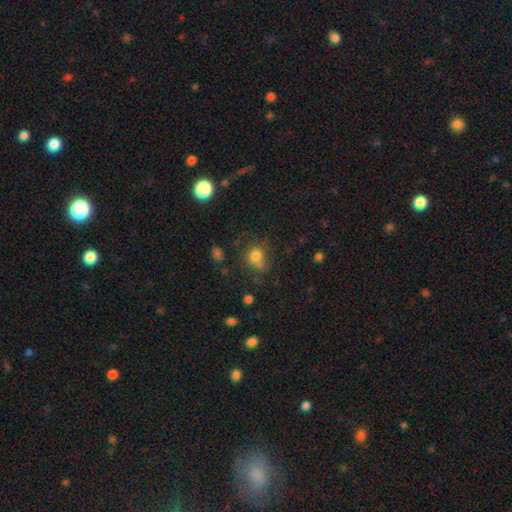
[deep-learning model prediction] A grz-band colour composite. It shows a smooth galaxy with no disk features (77%) that is round (81%). Merging: none (57%).